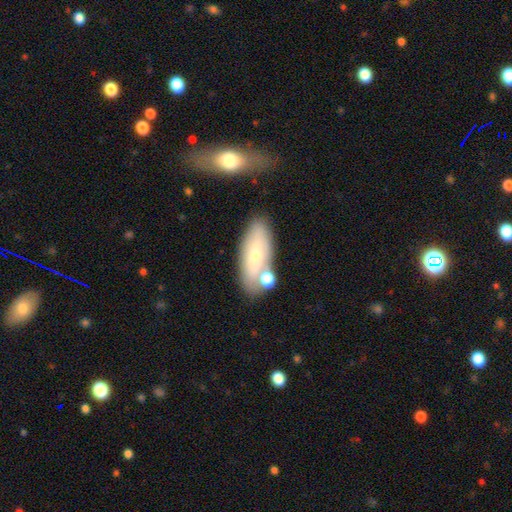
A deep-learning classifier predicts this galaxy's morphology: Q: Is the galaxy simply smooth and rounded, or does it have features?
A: smooth — 58%.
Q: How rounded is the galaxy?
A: in between — 71%.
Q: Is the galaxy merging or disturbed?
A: none — 66%.